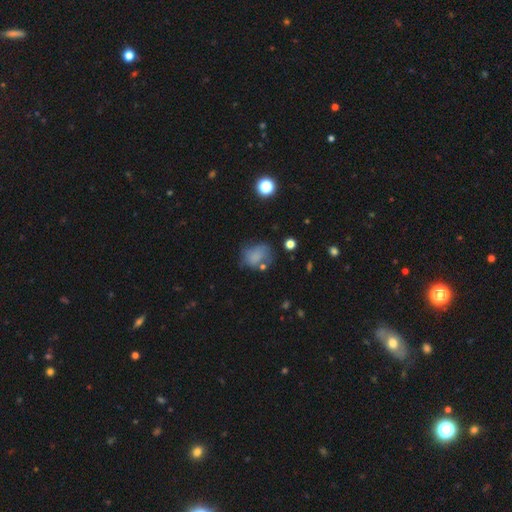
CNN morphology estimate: A smooth galaxy with no disk features (69%) that is in between round and cigar-shaped (53%). Merging: none (49%).